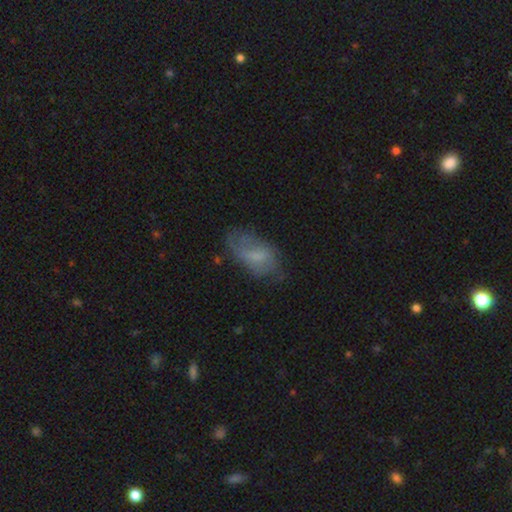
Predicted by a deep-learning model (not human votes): smooth 59%, featured or disk 32%, star or artifact 9%. Down the decision tree: how rounded — in between (90%); merging — none (49%).